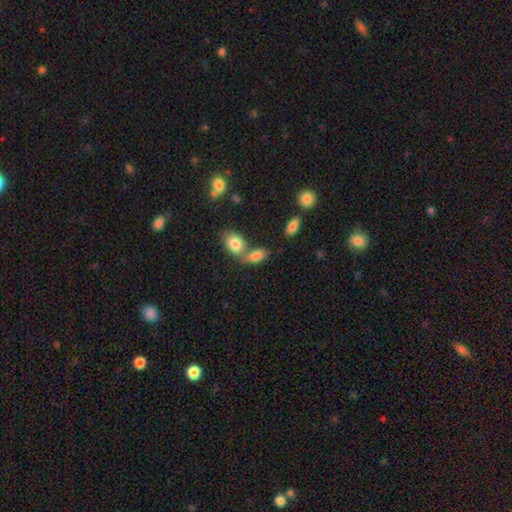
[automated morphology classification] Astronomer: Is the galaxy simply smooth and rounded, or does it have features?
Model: smooth — 83%.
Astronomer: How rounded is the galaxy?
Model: in between — 89%.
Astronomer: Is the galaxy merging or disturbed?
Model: merger — 47% (runner-up: none, 38%).